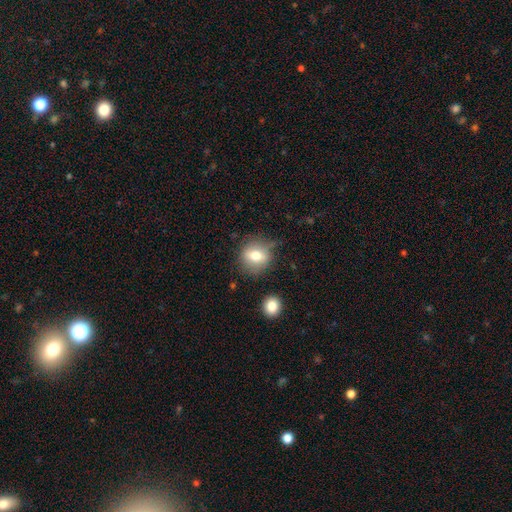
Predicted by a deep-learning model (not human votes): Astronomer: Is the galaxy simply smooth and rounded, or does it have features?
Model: smooth — 69%.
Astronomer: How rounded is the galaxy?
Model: round — 74%.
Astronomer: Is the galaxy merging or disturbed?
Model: none — 71%.